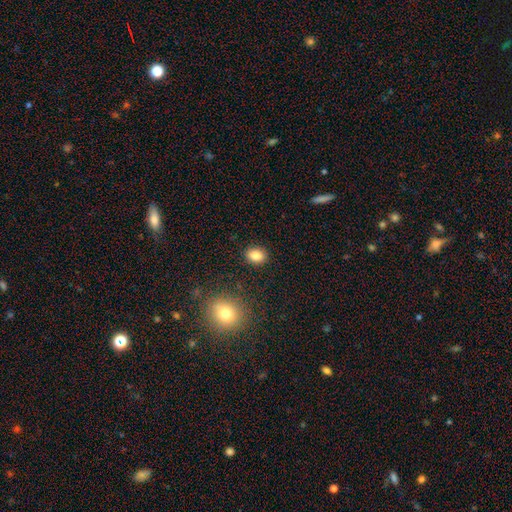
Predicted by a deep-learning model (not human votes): Smooth or featured?
  - smooth: 84% *
  - star or artifact: 10%
  - featured or disk: 6%
How rounded?
  - in between: 59% *
  - round: 40%
  - cigar-shaped: 1%
Merging?
  - none: 88% *
  - minor disturbance: 8%
  - major disturbance: 2%
  - merger: 2%